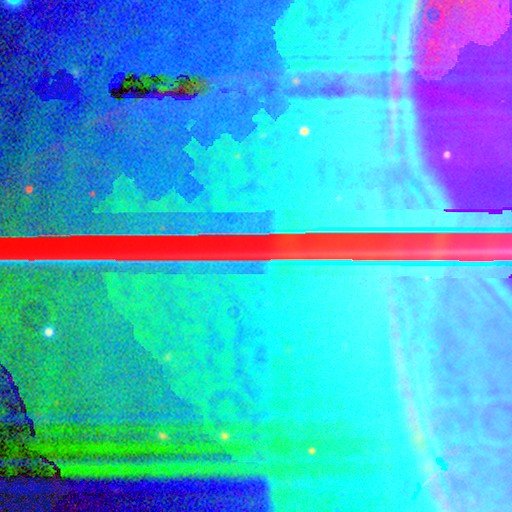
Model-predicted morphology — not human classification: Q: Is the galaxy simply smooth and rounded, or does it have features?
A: star or artifact — 86%.